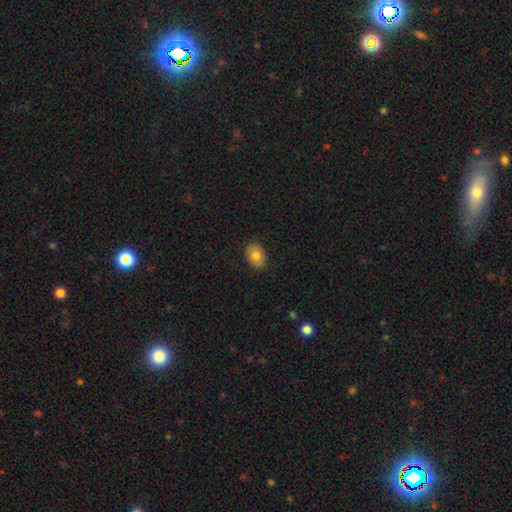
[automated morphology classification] Smooth or featured? Predicted: smooth (p=0.77). How rounded? Predicted: in between (p=0.71). Merging? Predicted: none (p=0.87).